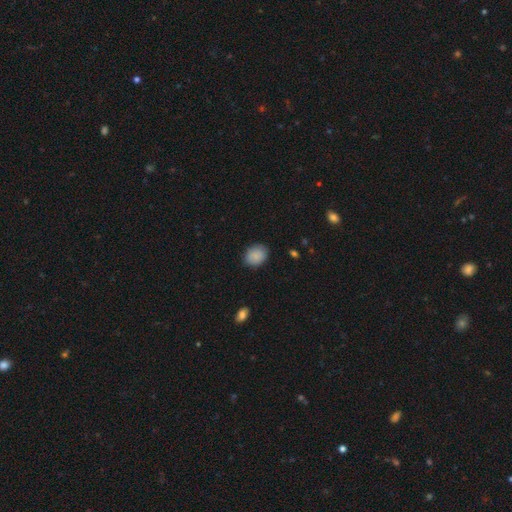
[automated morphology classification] Smooth or featured? Predicted: smooth (p=0.88). How rounded? Predicted: in between (p=0.50). Merging? Predicted: none (p=0.84).